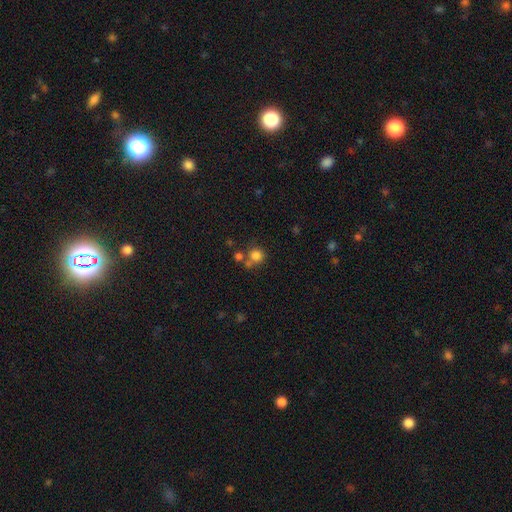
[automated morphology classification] Smooth or featured? Predicted: smooth (p=0.79). How rounded? Predicted: round (p=0.87). Merging? Predicted: none (p=0.55).